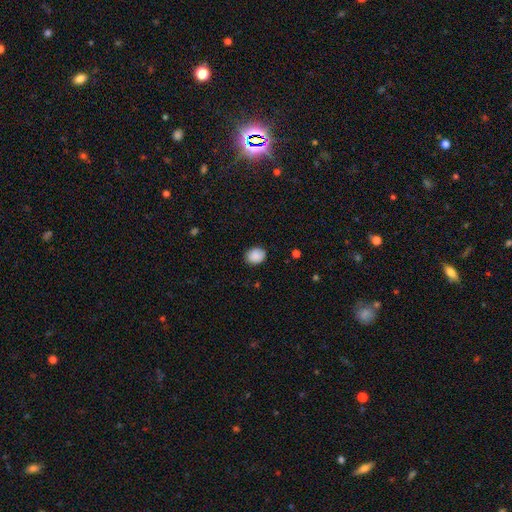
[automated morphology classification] smooth-or-featured: smooth: 88% | star or artifact: 8% | featured or disk: 4%
  how-rounded: in between: 54% | round: 45% | cigar-shaped: 1%
  merging: none: 84% | minor disturbance: 13% | major disturbance: 3% | merger: 1%